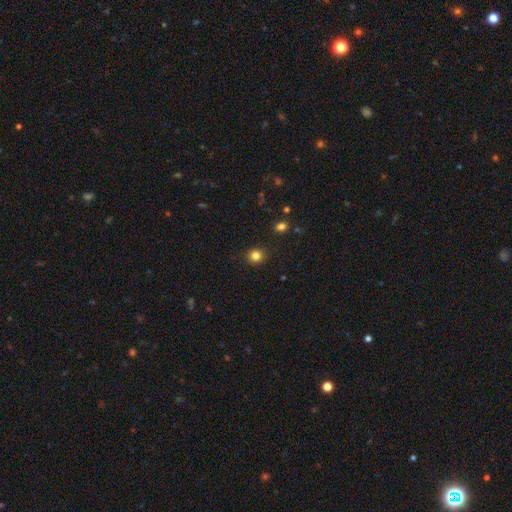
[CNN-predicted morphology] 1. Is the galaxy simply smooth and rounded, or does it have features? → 83% smooth, 13% star or artifact, 5% featured or disk.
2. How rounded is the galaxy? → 86% round, 13% in between, 1% cigar-shaped.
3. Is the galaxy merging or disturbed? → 91% none, 6% minor disturbance, 2% major disturbance, 1% merger.